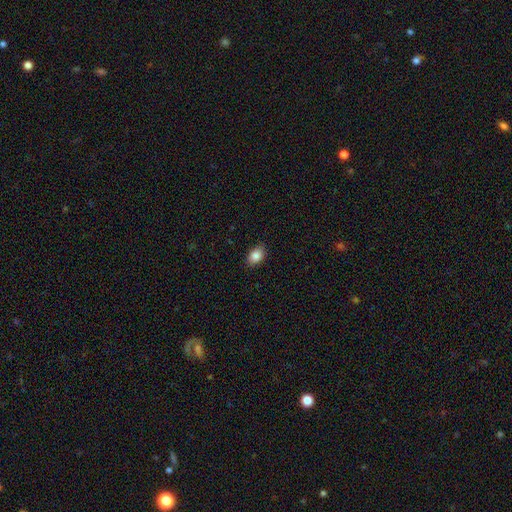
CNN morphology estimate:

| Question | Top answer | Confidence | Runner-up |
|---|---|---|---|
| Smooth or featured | smooth | 86% | star or artifact (8%) |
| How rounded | in between | 82% | round (16%) |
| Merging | none | 85% | minor disturbance (11%) |